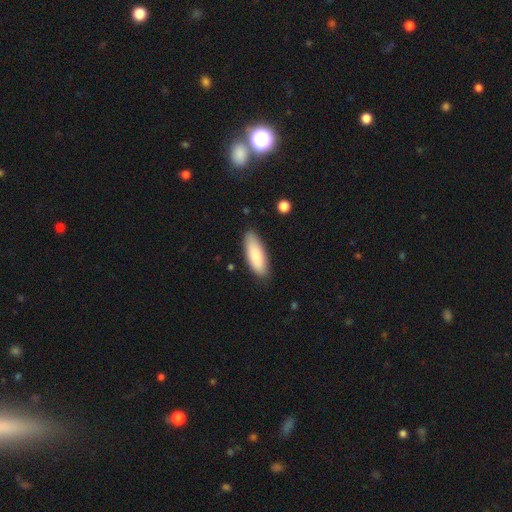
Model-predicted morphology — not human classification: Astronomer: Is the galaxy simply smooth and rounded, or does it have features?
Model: smooth — 85%.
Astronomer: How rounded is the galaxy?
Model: in between — 65%.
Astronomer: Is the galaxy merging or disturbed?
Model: none — 84%.